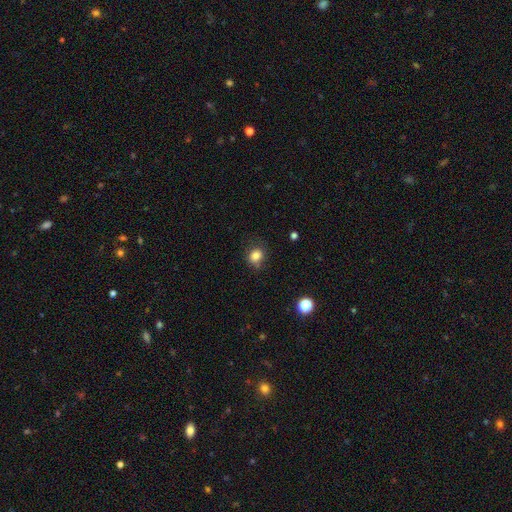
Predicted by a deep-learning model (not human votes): This appears to be a smooth galaxy with no disk features (81%) that is round (63%). Merging: none (71%).